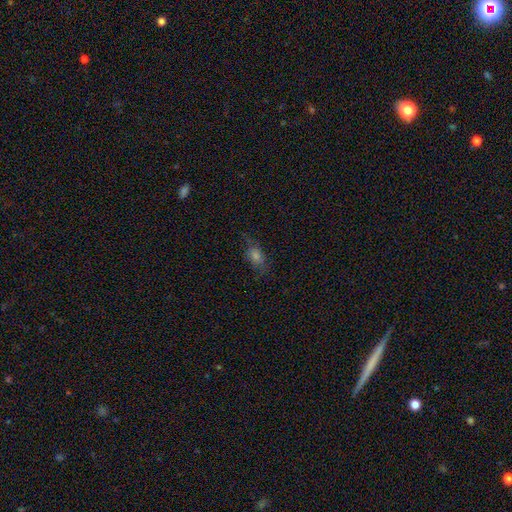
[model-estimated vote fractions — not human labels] Smooth or featured?
  - smooth: 56% *
  - featured or disk: 23%
  - star or artifact: 21%
How rounded?
  - in between: 71% *
  - round: 20%
  - cigar-shaped: 9%
Merging?
  - none: 68% *
  - minor disturbance: 21%
  - major disturbance: 10%
  - merger: 2%